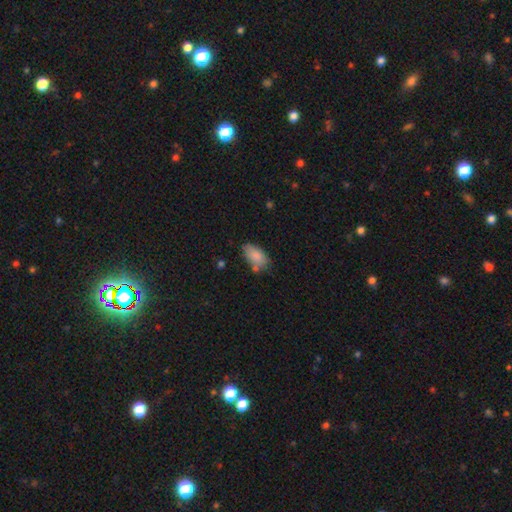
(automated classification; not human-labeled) Overall: smooth (83%). How rounded: in between (92%). Merging: none (56%; minor disturbance 27%).